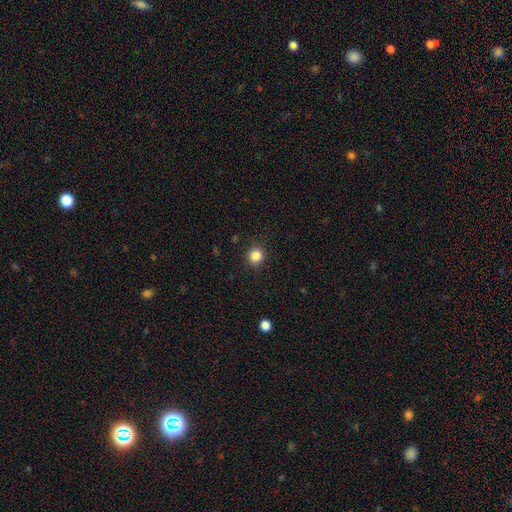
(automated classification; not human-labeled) smooth 85%, star or artifact 11%, featured or disk 4%. Down the decision tree: how rounded — round (93%); merging — none (91%).